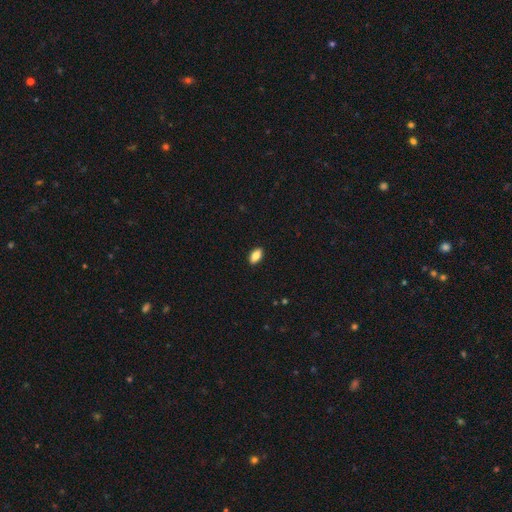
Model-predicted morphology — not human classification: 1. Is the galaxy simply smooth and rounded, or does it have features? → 85% smooth, 8% featured or disk, 8% star or artifact.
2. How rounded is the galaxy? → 91% in between, 5% cigar-shaped, 4% round.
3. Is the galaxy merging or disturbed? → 90% none, 7% minor disturbance, 2% major disturbance, 1% merger.